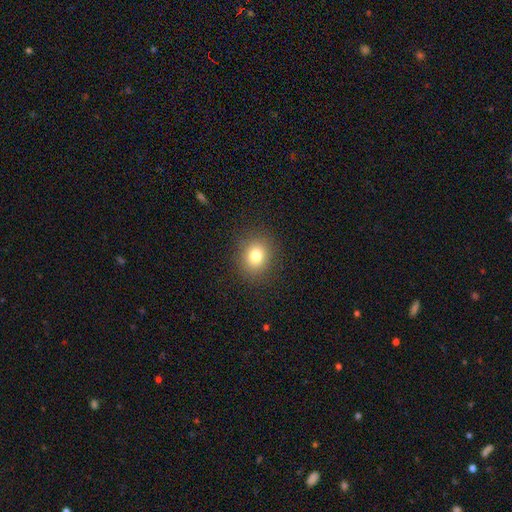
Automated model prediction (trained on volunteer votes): A smooth galaxy with no disk features (79%) that is round (72%).

Vote fractions:
- Smooth or featured? smooth: 79% / star or artifact: 13% / featured or disk: 8%
- How rounded? round: 72% / in between: 27% / cigar-shaped: 1%
- Merging? none: 89% / minor disturbance: 7% / major disturbance: 3% / merger: 1%